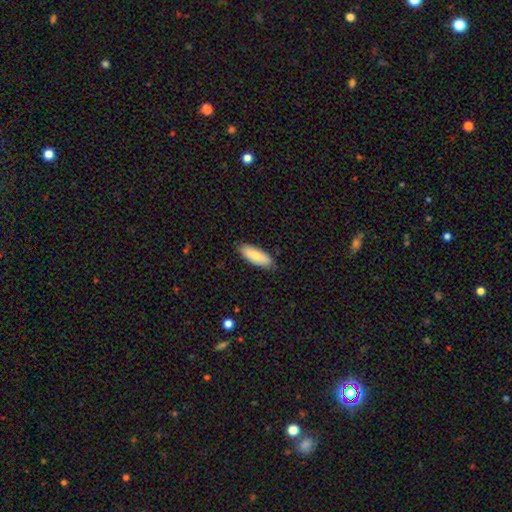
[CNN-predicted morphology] This appears to be a smooth galaxy with no disk features (80%) that is in between round and cigar-shaped (72%). Merging: none (86%).